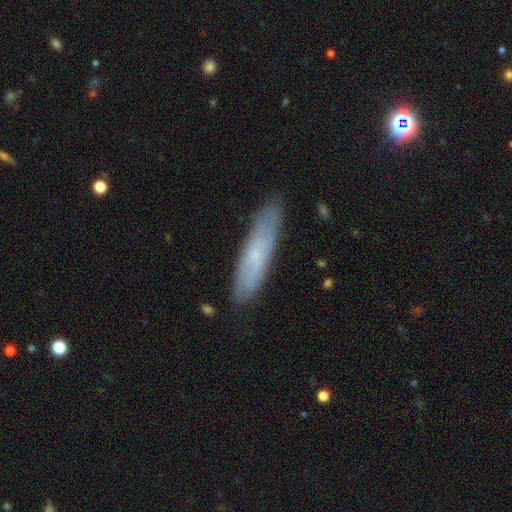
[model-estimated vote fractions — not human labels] This is possibly a smooth galaxy (54%). How rounded: likely cigar-shaped (77%). Merging: clearly none (82%).